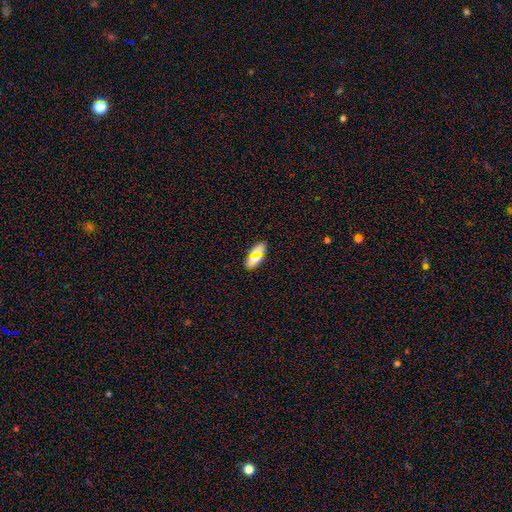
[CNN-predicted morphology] A smooth galaxy with no disk features (68%) that is in between round and cigar-shaped (81%).

Vote fractions:
- Smooth or featured? smooth: 68% / star or artifact: 16% / featured or disk: 16%
- How rounded? in between: 81% / cigar-shaped: 13% / round: 6%
- Merging? none: 82% / minor disturbance: 9% / merger: 5% / major disturbance: 3%